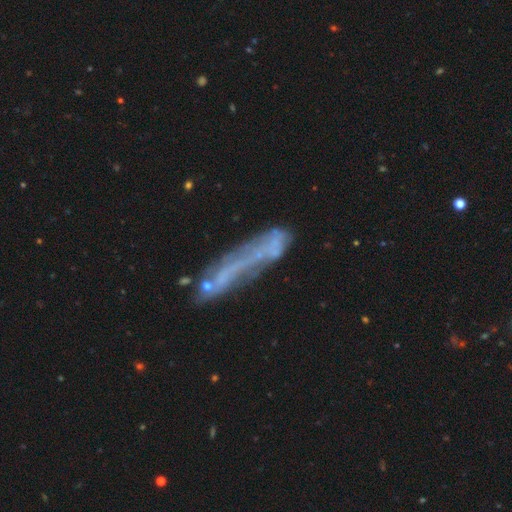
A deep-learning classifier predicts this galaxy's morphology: A featured or disk galaxy (46%). Merging: none (53%).